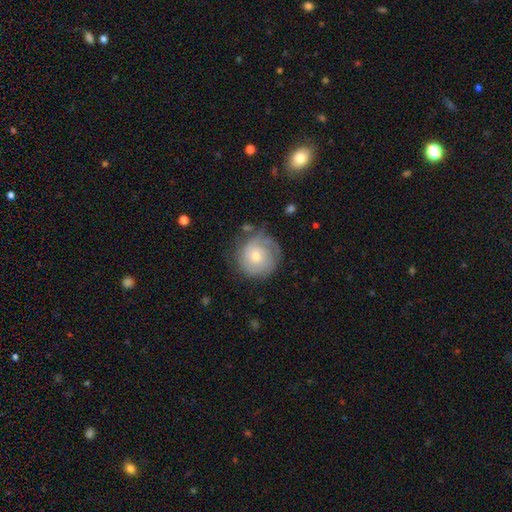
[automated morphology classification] Overall: featured or disk (56%; smooth 37%). Edge-on disk: no (97%). Bar: no (80%). Spiral arms: yes (82%). Bulge size: small (49%; moderate 47%). Merging: none (66%).